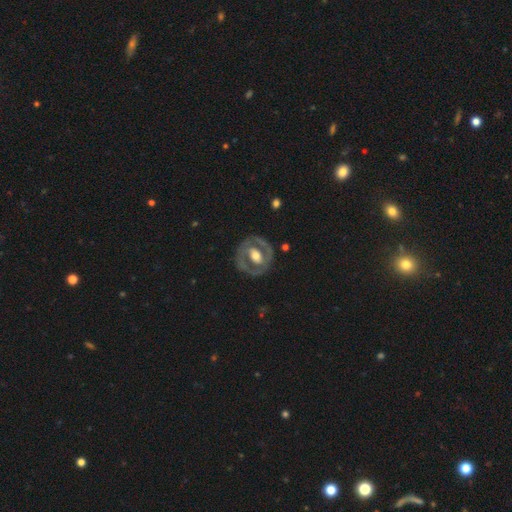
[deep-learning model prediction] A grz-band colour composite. It shows a featured or disk galaxy (70%) with no bar (43%), no spiral arms (65%) and a moderate central bulge (63%). Merging: none (75%).